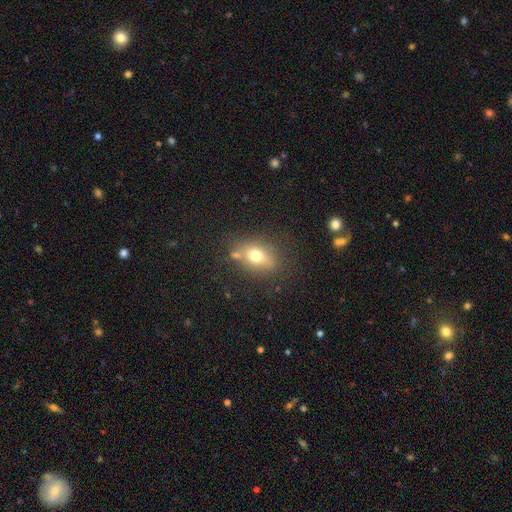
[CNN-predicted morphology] Overall: smooth (70%). How rounded: in between (69%). Merging: none (66%).